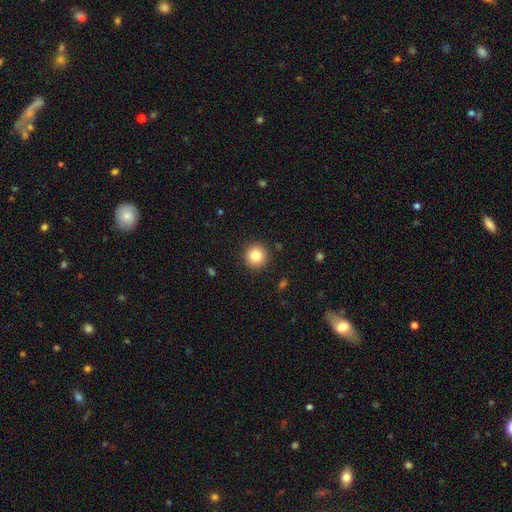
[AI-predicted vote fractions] Smooth or featured? smooth (83%)
How rounded? round (95%)
Merging? none (91%)